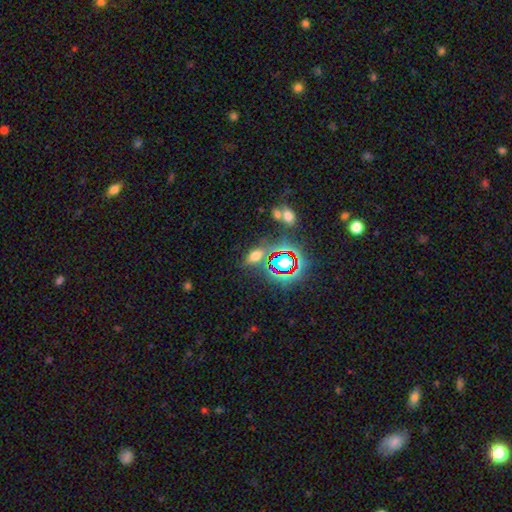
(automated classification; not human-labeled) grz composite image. It shows a smooth galaxy with no disk features (55%) that is in between round and cigar-shaped (79%). Merging: none (71%).